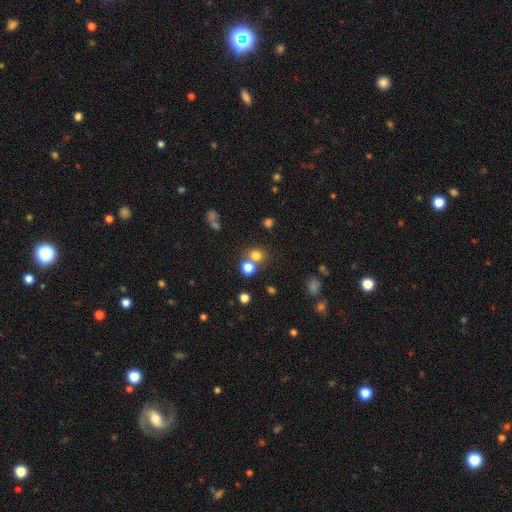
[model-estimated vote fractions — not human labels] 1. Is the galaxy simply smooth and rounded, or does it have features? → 74% smooth, 18% star or artifact, 8% featured or disk.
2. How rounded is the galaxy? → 78% round, 21% in between, 1% cigar-shaped.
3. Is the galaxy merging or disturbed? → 60% none, 28% merger, 8% minor disturbance, 4% major disturbance.